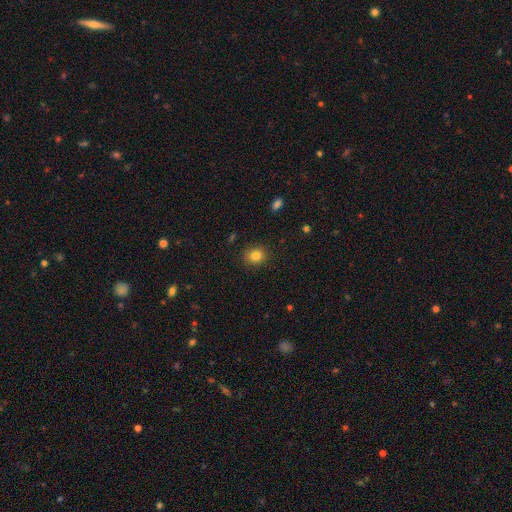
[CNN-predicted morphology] Smooth or featured? smooth (83%)
How rounded? round (75%)
Merging? none (88%)